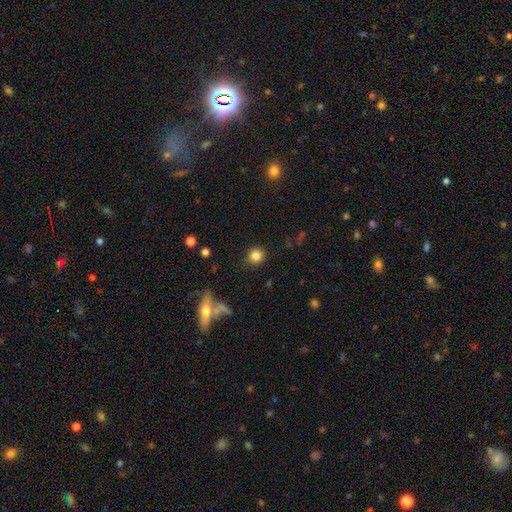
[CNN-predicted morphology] type=smooth (83%); roundness=round (89%); merging=none (87%).